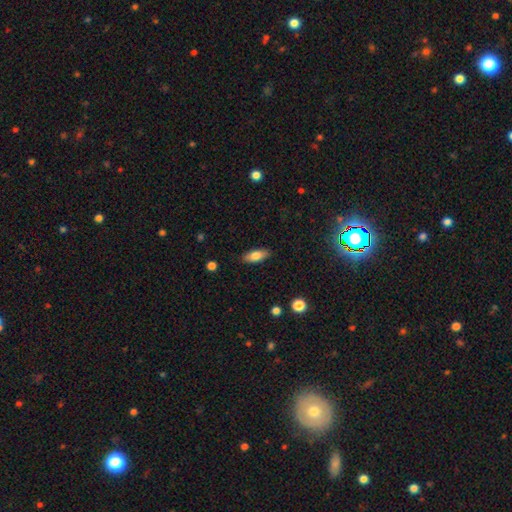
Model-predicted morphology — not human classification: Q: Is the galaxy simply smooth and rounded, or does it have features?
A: smooth — 79%.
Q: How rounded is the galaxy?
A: in between — 79%.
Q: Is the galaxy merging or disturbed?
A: none — 87%.